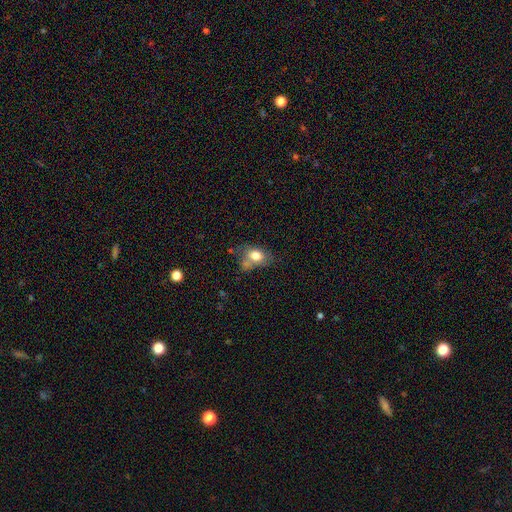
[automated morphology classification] smooth 76%, featured or disk 15%, star or artifact 9%. Down the decision tree: how rounded — in between (71%); merging — none (41%).